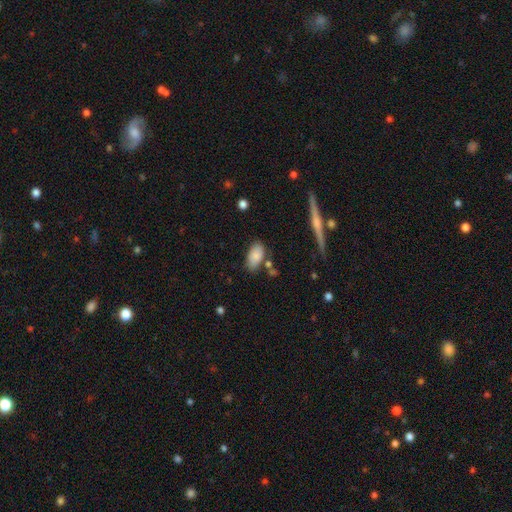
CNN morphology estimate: type=smooth (84%); roundness=in between (92%); merging=none (70%).